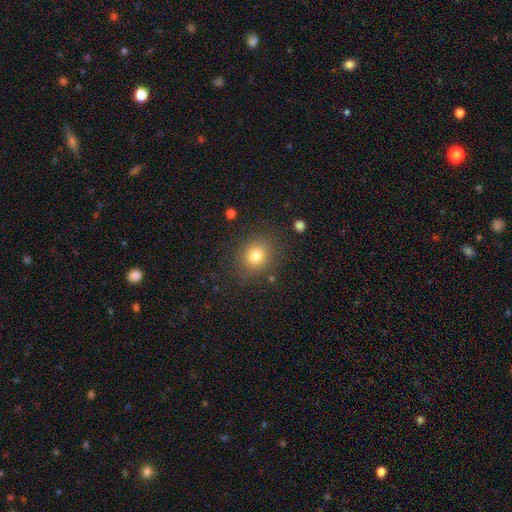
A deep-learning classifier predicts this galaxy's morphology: smooth 79%, star or artifact 12%, featured or disk 9%. Down the decision tree: how rounded — round (71%); merging — none (83%).